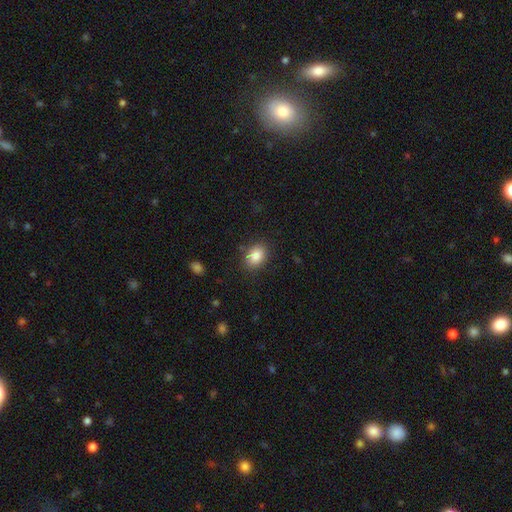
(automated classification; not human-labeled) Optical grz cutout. It shows a smooth galaxy with no disk features (84%) that is in between round and cigar-shaped (73%). Merging: none (81%).